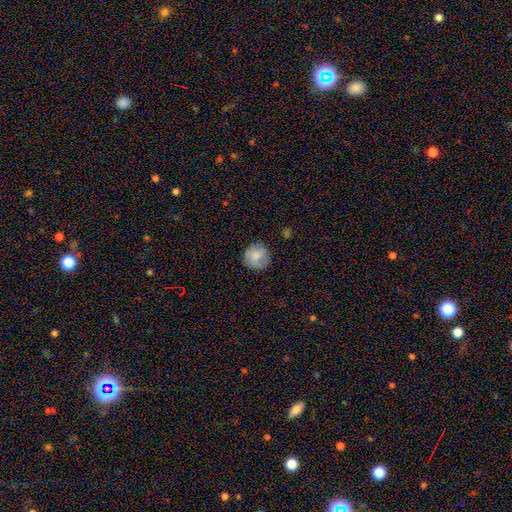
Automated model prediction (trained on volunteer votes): A smooth galaxy with no disk features (74%) that is round (92%). Merging: none (81%).